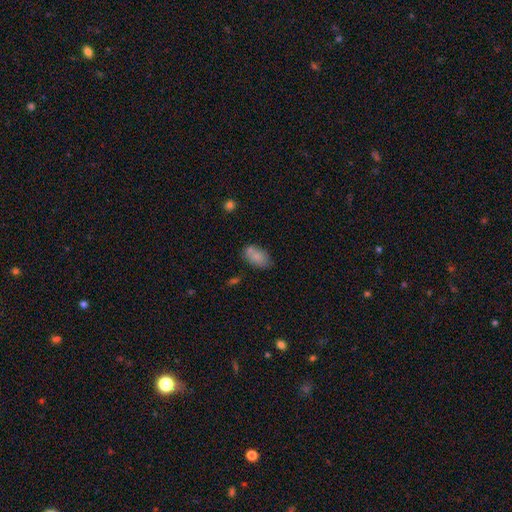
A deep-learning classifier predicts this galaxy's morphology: Smooth or featured: smooth — 81% (featured or disk — 11%)
How rounded: in between — 92% (round — 6%)
Merging: none — 63% (minor disturbance — 18%)